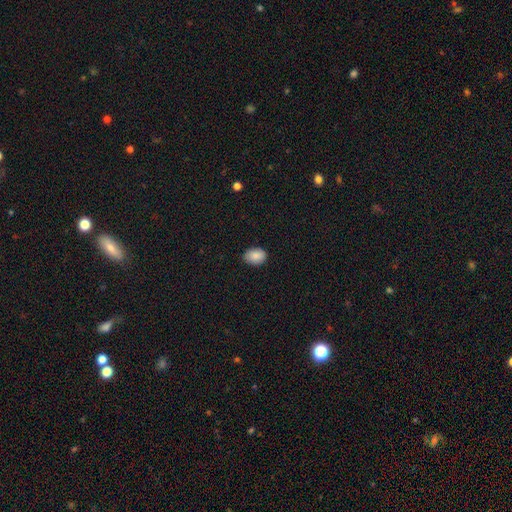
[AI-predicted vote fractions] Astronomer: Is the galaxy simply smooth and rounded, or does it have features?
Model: smooth — 87%.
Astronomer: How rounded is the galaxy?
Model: in between — 77%.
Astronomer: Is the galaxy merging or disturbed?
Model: none — 85%.